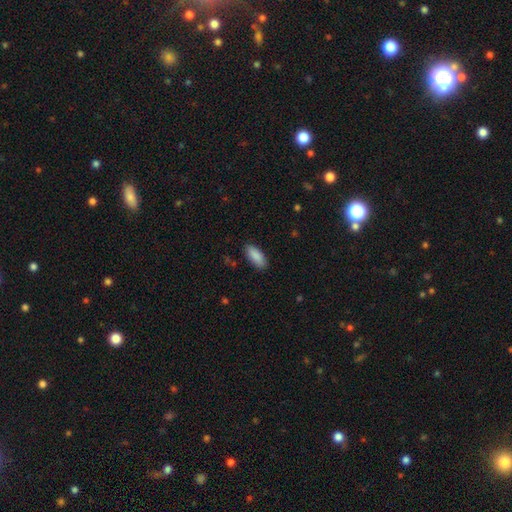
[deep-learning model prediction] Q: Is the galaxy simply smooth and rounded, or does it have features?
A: smooth — 89%.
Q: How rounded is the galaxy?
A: in between — 86%.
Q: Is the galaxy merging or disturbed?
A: none — 87%.